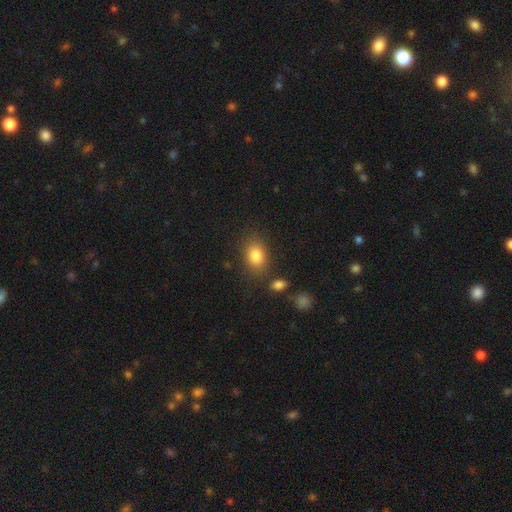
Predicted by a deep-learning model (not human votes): A smooth galaxy with no disk features (83%) that is in between round and cigar-shaped (76%).

Vote fractions:
- Smooth or featured? smooth: 83% / star or artifact: 9% / featured or disk: 8%
- How rounded? in between: 76% / round: 23% / cigar-shaped: 1%
- Merging? none: 78% / minor disturbance: 13% / merger: 5% / major disturbance: 4%